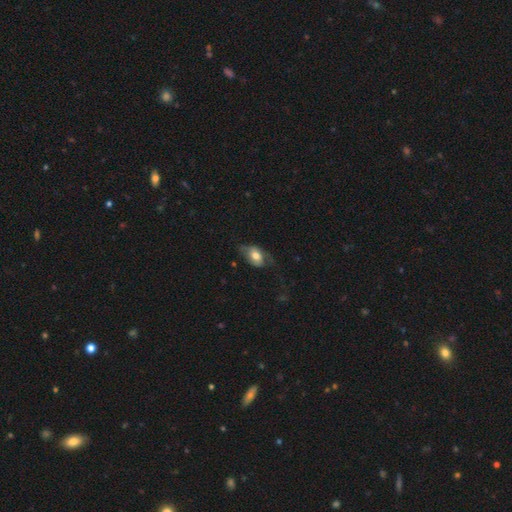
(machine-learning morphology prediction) A smooth galaxy with no disk features (65%) that is in between round and cigar-shaped (86%).

Vote fractions:
- Smooth or featured? smooth: 65% / featured or disk: 28% / star or artifact: 7%
- How rounded? in between: 86% / round: 12% / cigar-shaped: 2%
- Merging? none: 40% / minor disturbance: 32% / major disturbance: 26% / merger: 2%